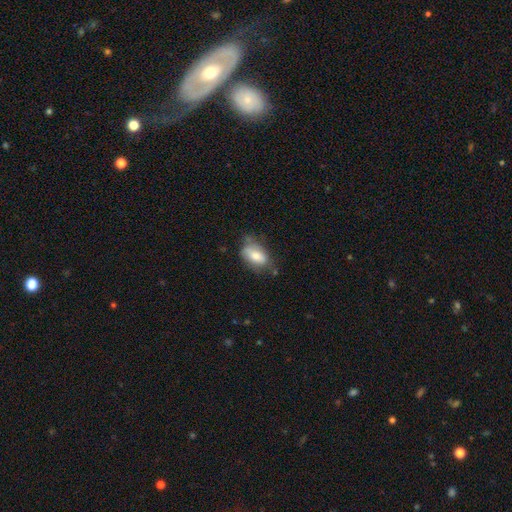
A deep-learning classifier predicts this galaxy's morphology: Smooth or featured: smooth — 73% (featured or disk — 20%)
How rounded: in between — 90% (round — 6%)
Merging: none — 52% (minor disturbance — 33%)